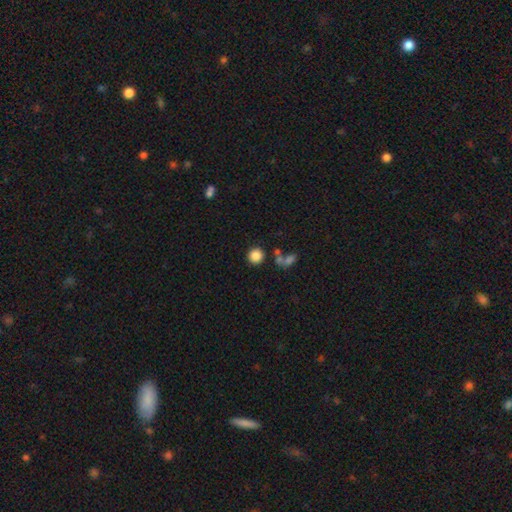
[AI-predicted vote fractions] A smooth galaxy with no disk features (85%) that is round (92%).

Vote fractions:
- Smooth or featured? smooth: 85% / star or artifact: 10% / featured or disk: 5%
- How rounded? round: 92% / in between: 7% / cigar-shaped: 1%
- Merging? none: 78% / merger: 9% / minor disturbance: 8% / major disturbance: 4%